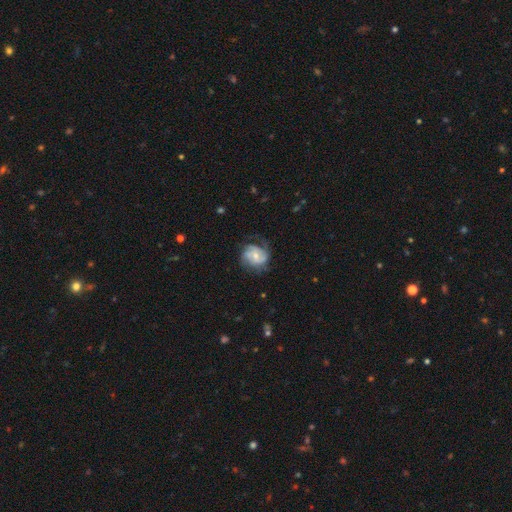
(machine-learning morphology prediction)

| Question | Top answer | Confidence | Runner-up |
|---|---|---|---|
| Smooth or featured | featured or disk | 70% | smooth (23%) |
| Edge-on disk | no | 98% | yes (2%) |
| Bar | no | 64% | weak (30%) |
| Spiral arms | yes | 89% | no (11%) |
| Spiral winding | tight | 43% | medium (39%) |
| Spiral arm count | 2 | 33% | can't tell (28%) |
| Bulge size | small | 51% | moderate (44%) |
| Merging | none | 58% | minor disturbance (24%) |